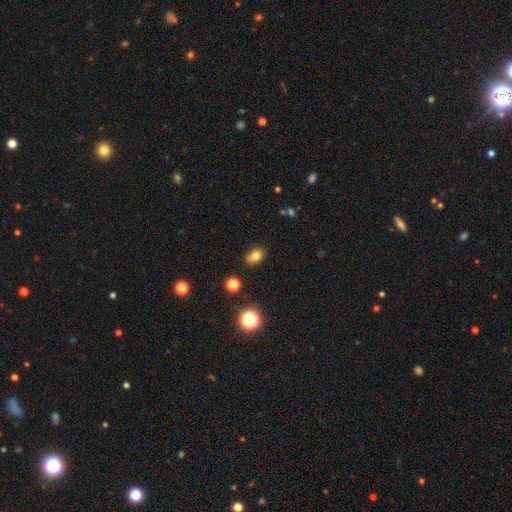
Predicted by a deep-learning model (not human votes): Smooth or featured?
  - smooth: 77% *
  - star or artifact: 14%
  - featured or disk: 9%
How rounded?
  - in between: 58% *
  - round: 41%
  - cigar-shaped: 1%
Merging?
  - none: 68% *
  - minor disturbance: 20%
  - merger: 7%
  - major disturbance: 4%